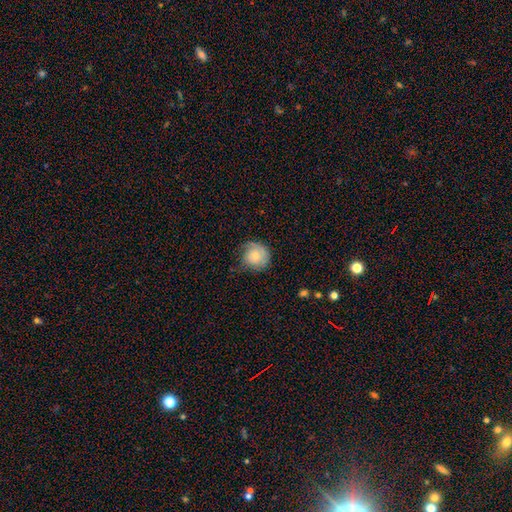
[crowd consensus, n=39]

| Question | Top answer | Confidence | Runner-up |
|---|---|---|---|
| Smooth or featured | featured or disk | 46% | smooth (44%) |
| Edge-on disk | no | 100% | — |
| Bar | no | 67% | weak (22%) |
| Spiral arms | yes | 94% | no (6%) |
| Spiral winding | tight | 71% | loose (18%) |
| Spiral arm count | can't tell | 59% | 2 (24%) |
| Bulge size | small | 67% | moderate (33%) |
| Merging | none | 60% | minor disturbance (34%) |